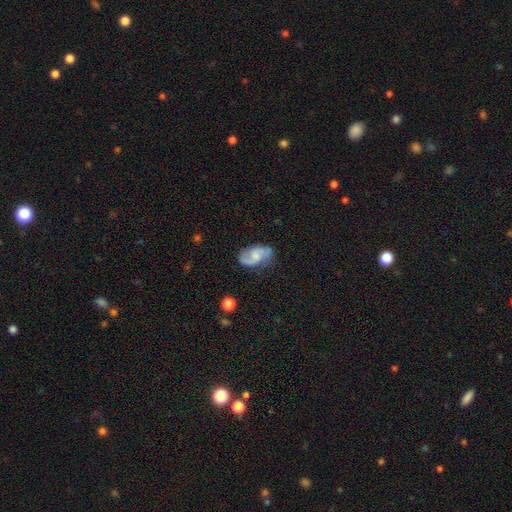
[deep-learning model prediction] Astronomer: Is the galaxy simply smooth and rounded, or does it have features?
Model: featured or disk — 73%.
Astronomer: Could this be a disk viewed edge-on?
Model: no — 97%.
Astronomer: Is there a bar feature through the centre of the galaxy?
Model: no — 52% (runner-up: weak, 41%).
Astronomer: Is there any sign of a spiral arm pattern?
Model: yes — 93%.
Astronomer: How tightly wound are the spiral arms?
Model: medium — 46% (runner-up: loose, 39%).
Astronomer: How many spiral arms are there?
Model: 2 — 87%.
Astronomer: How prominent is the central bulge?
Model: small — 34%, tied with moderate at 34%.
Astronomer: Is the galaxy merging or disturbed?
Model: none — 70%.